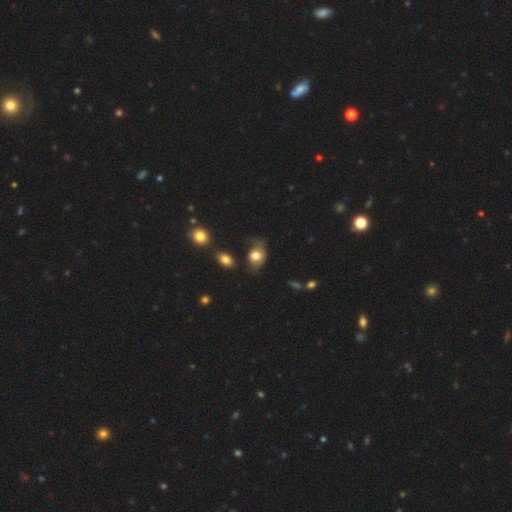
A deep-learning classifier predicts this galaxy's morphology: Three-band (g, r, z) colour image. It shows a smooth galaxy with no disk features (71%) that is in between round and cigar-shaped (70%). Merging: none (42%).